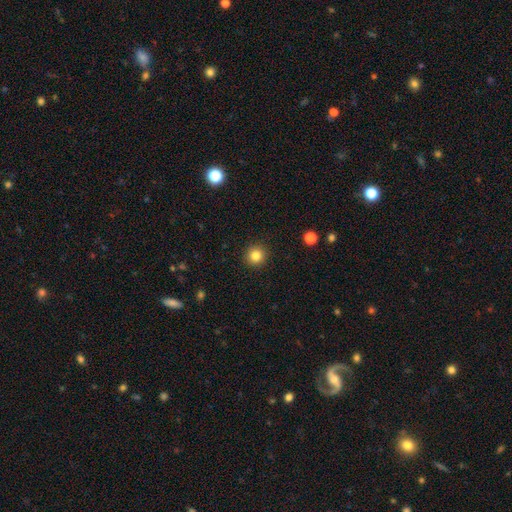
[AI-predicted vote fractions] Smooth or featured?
  - smooth: 83% *
  - star or artifact: 11%
  - featured or disk: 5%
How rounded?
  - round: 94% *
  - in between: 5%
  - cigar-shaped: 1%
Merging?
  - none: 92% *
  - minor disturbance: 5%
  - major disturbance: 2%
  - merger: 1%